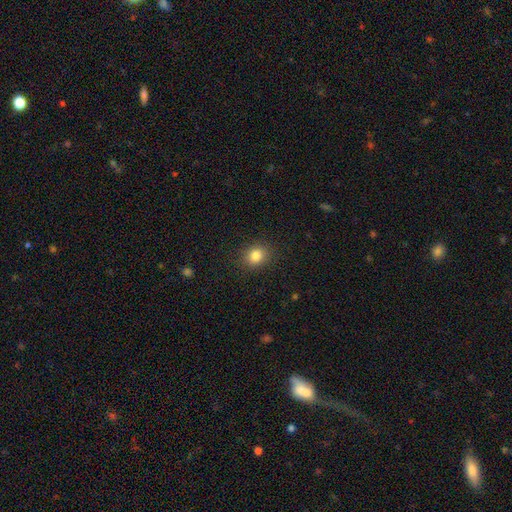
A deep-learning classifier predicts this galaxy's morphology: This is clearly a smooth galaxy (83%). How rounded: likely round (69%). Merging: clearly none (89%).